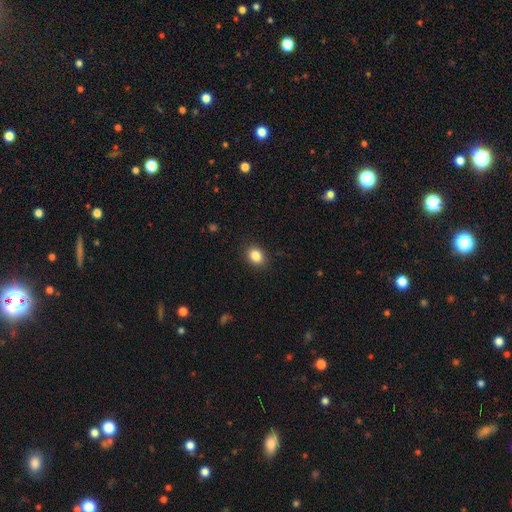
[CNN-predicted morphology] This appears to be a smooth galaxy with no disk features (86%) that is in between round and cigar-shaped (56%). Merging: none (89%).